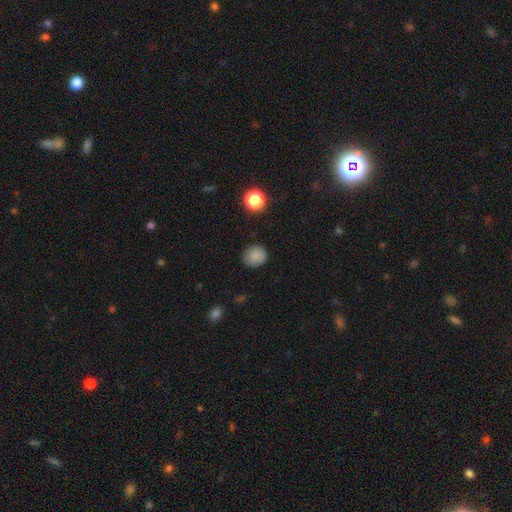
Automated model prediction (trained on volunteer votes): Overall: smooth (85%). How rounded: round (80%). Merging: none (84%).